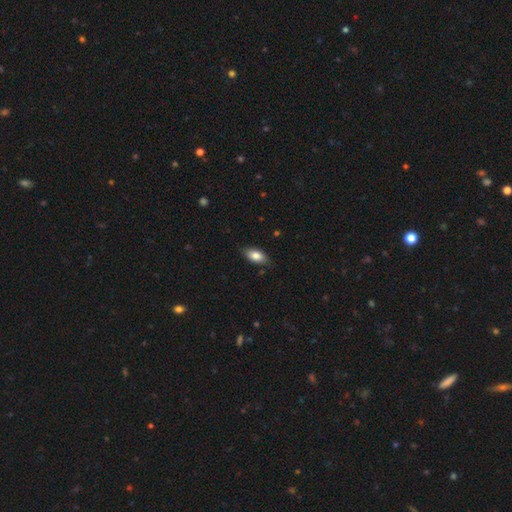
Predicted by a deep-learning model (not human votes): Overall: smooth (81%). How rounded: in between (89%). Merging: none (81%).